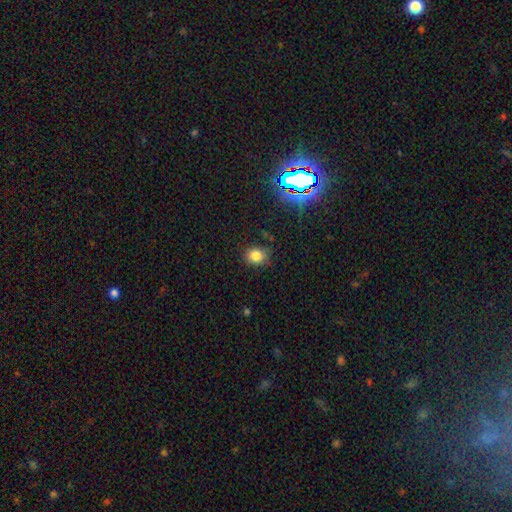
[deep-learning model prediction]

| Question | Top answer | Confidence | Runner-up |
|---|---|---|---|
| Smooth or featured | smooth | 79% | star or artifact (15%) |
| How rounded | round | 63% | in between (36%) |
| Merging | none | 78% | minor disturbance (16%) |